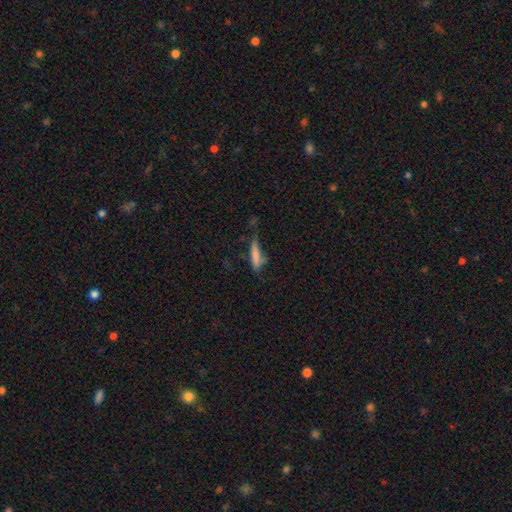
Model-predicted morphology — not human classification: Q: Smooth or featured?
A: smooth (70%); runner-up: featured or disk (21%)
Q: How rounded?
A: cigar-shaped (81%); runner-up: in between (17%)
Q: Merging?
A: none (46%); runner-up: minor disturbance (27%)